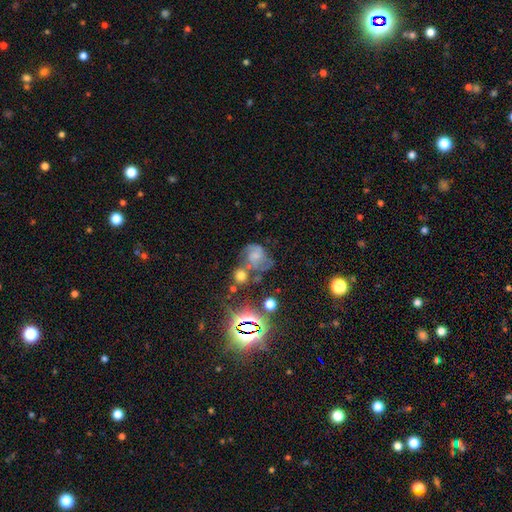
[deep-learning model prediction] Smooth or featured?
  - featured or disk: 60% *
  - smooth: 25%
  - star or artifact: 15%
Edge-on disk?
  - no: 97% *
  - yes: 3%
Bar?
  - no: 63% *
  - weak: 29%
  - strong: 7%
Spiral arms?
  - yes: 87% *
  - no: 13%
Spiral winding?
  - medium: 49% *
  - tight: 30%
  - loose: 21%
Spiral arm count?
  - 2: 67% *
  - can't tell: 15%
  - 3: 8%
  - 1: 5%
  - 4: 2%
  - more than 4: 2%
Bulge size?
  - small: 36% *
  - moderate: 29%
  - none: 26%
  - large: 6%
  - dominant: 2%
Merging?
  - none: 39% *
  - merger: 22%
  - minor disturbance: 21%
  - major disturbance: 18%